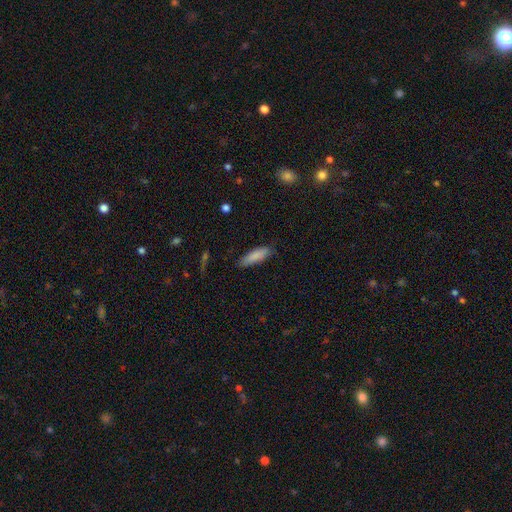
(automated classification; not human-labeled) The model was most divided on "how rounded": cigar-shaped: 58%, in between: 41%, round: 1%. More confident: smooth or featured — smooth (86%); merging — none (81%).